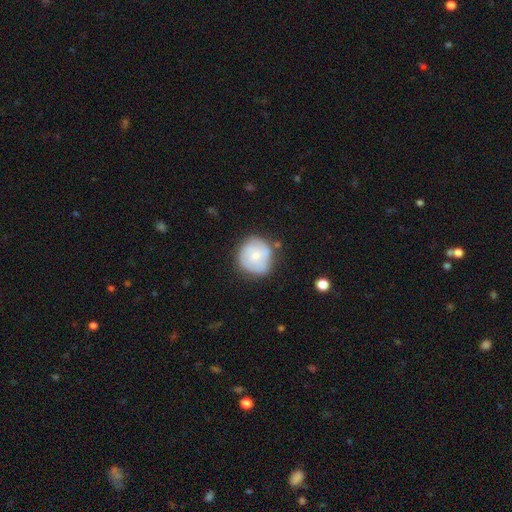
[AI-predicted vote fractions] Smooth or featured? smooth (52%)
How rounded? round (90%)
Merging? none (67%)